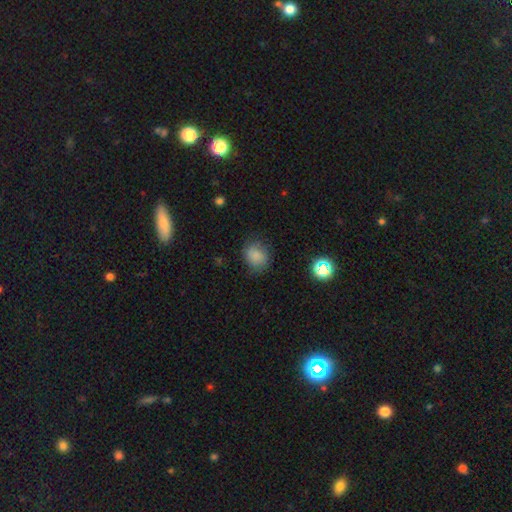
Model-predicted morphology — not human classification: This is likely a smooth galaxy (77%). How rounded: likely round (65%). Merging: likely none (72%).